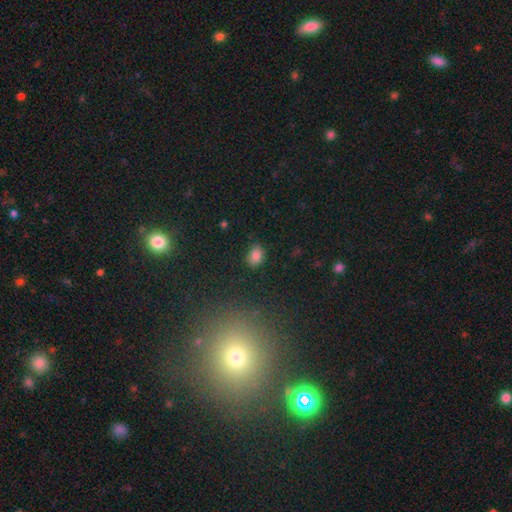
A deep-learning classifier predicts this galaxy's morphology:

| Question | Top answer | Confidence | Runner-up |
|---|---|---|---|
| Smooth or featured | smooth | 83% | star or artifact (11%) |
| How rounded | in between | 69% | round (30%) |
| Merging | none | 78% | minor disturbance (17%) |